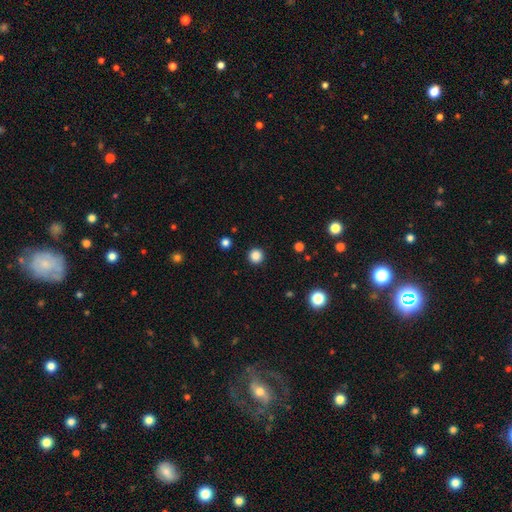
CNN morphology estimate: Smooth or featured: smooth — 86% (star or artifact — 12%)
How rounded: round — 96% (in between — 3%)
Merging: none — 93% (minor disturbance — 4%)